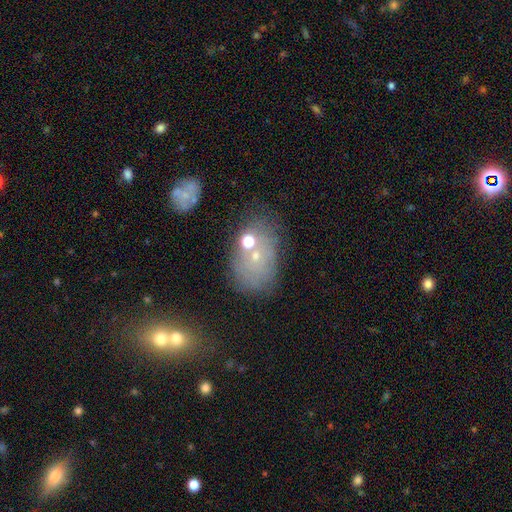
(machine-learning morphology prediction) type=smooth (50%); roundness=in between (75%); merging=none (55%).